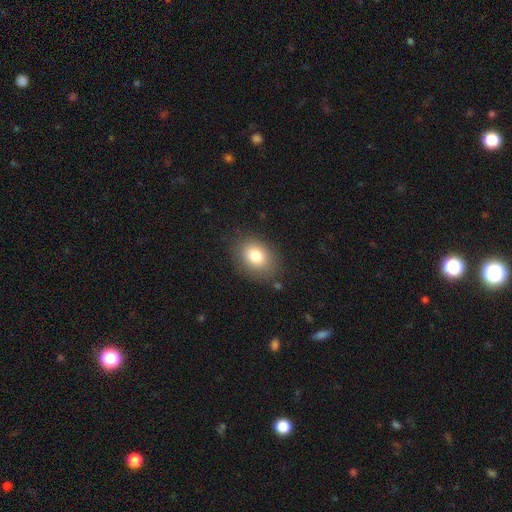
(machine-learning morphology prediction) Overall: smooth (80%). How rounded: in between (64%; round 35%). Merging: none (82%).